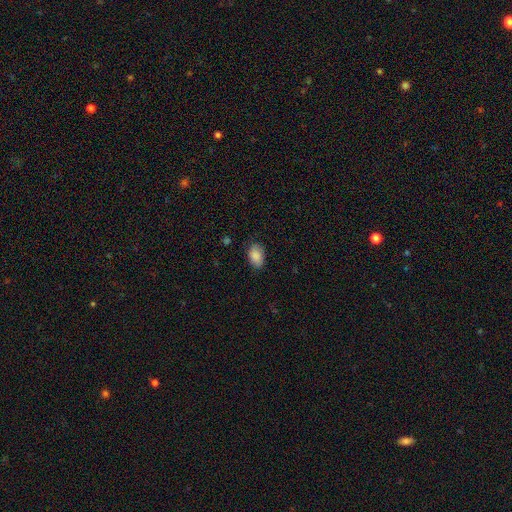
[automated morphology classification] Smooth or featured?
  - smooth: 88% *
  - star or artifact: 7%
  - featured or disk: 5%
How rounded?
  - in between: 88% *
  - round: 11%
  - cigar-shaped: 1%
Merging?
  - none: 79% *
  - minor disturbance: 17%
  - major disturbance: 3%
  - merger: 1%